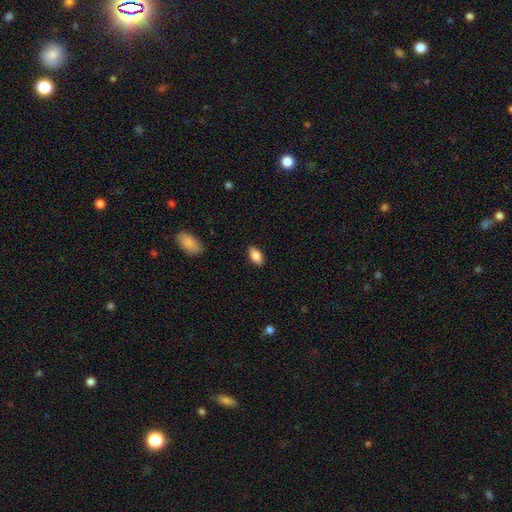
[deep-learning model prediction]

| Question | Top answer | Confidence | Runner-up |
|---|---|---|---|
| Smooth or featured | smooth | 85% | featured or disk (8%) |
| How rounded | in between | 90% | cigar-shaped (6%) |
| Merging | none | 87% | minor disturbance (10%) |